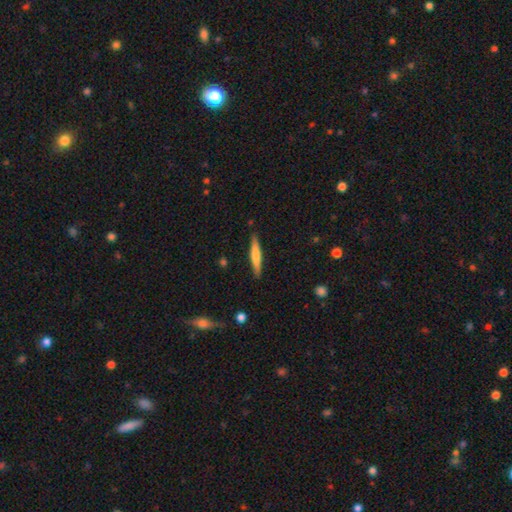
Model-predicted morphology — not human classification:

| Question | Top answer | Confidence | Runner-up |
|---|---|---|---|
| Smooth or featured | smooth | 62% | featured or disk (33%) |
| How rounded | cigar-shaped | 92% | in between (6%) |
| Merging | none | 89% | minor disturbance (8%) |